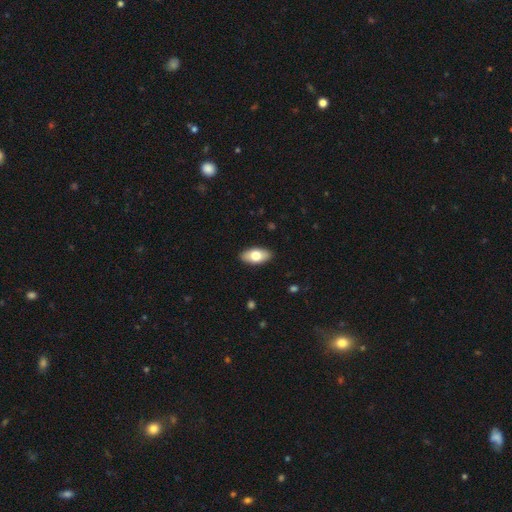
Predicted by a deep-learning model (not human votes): smooth_or_featured: smooth (p=0.73) [alt: featured or disk p=0.21]
how_rounded: in between (p=0.92) [alt: cigar-shaped p=0.04]
merging: none (p=0.89) [alt: minor disturbance p=0.08]